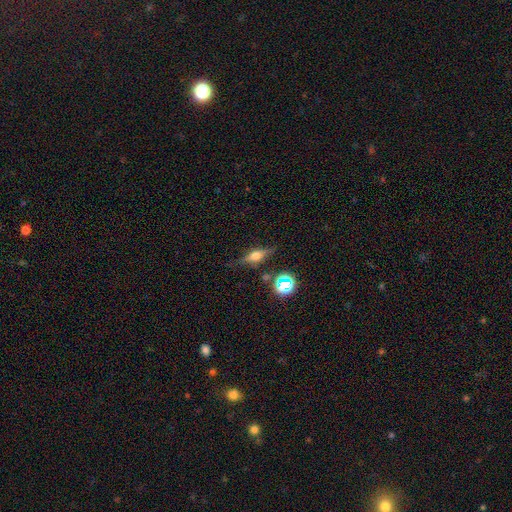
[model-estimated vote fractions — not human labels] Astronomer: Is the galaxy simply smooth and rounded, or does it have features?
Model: featured or disk — 60%.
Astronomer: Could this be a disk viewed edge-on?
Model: yes — 93%.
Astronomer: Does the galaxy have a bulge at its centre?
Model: rounded — 91%.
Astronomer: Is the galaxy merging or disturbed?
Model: none — 79%.